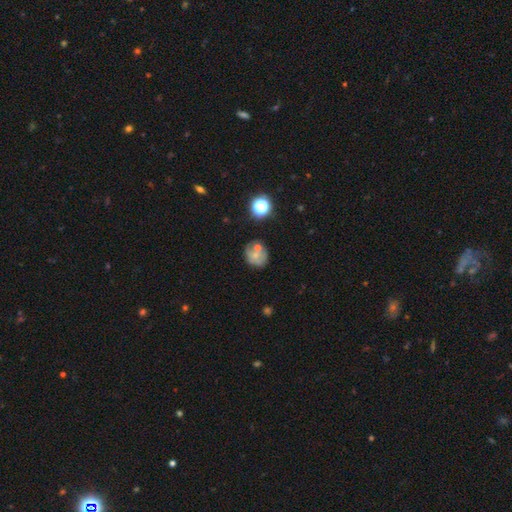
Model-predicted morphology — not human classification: Smooth or featured: smooth — 54% (featured or disk — 32%)
How rounded: round — 74% (in between — 25%)
Merging: none — 53% (minor disturbance — 19%)